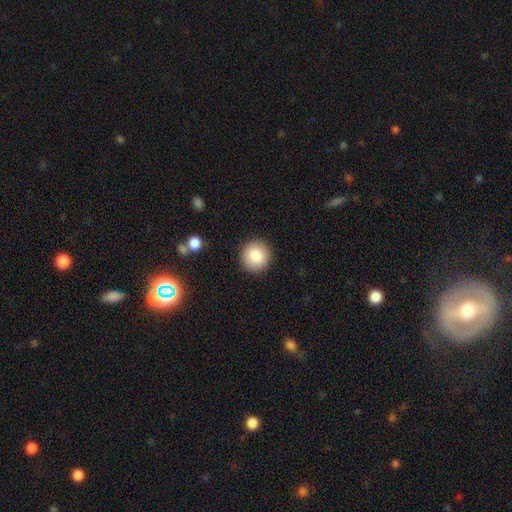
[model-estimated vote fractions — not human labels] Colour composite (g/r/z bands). It shows a smooth galaxy with no disk features (86%) that is round (93%). Merging: none (91%).